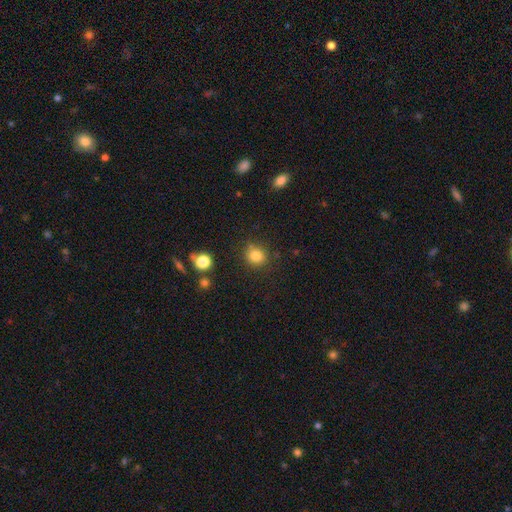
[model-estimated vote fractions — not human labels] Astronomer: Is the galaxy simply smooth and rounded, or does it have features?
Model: smooth — 83%.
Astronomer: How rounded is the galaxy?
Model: round — 81%.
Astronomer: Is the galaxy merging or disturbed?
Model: none — 83%.